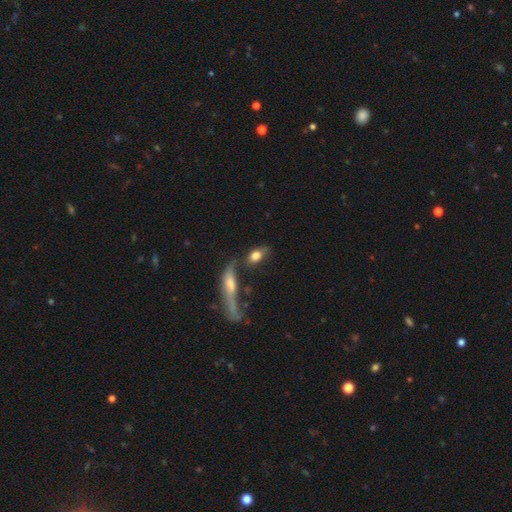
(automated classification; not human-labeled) smooth_or_featured: smooth (p=0.73) [alt: featured or disk p=0.19]
how_rounded: in between (p=0.81) [alt: cigar-shaped p=0.10]
merging: none (p=0.42) [alt: merger p=0.28]